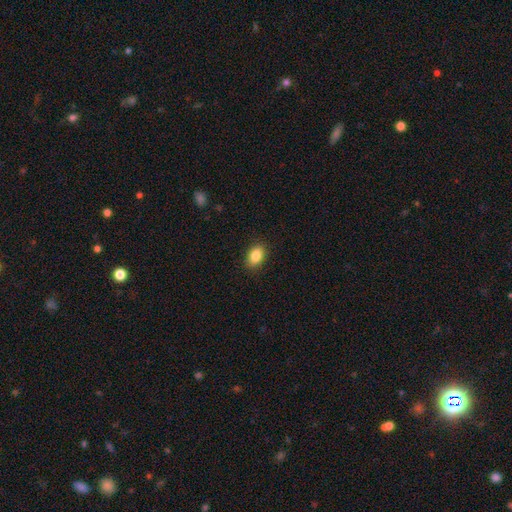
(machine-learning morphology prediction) Smooth or featured: smooth — 87% (star or artifact — 8%)
How rounded: in between — 83% (round — 15%)
Merging: none — 88% (minor disturbance — 9%)